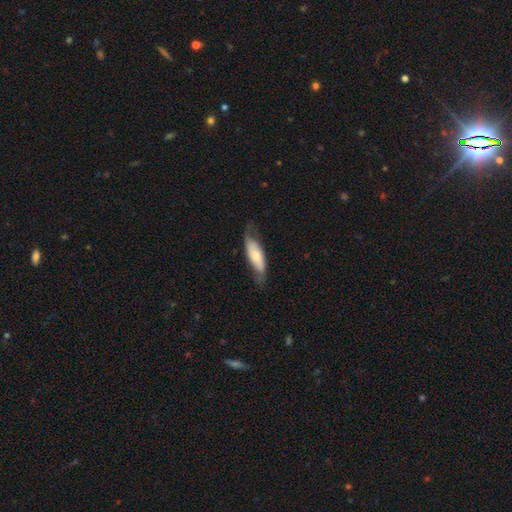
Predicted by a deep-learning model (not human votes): The model was most divided on "smooth or featured": smooth: 56%, featured or disk: 38%, star or artifact: 6%. More confident: how rounded — in between (61%); merging — none (61%).